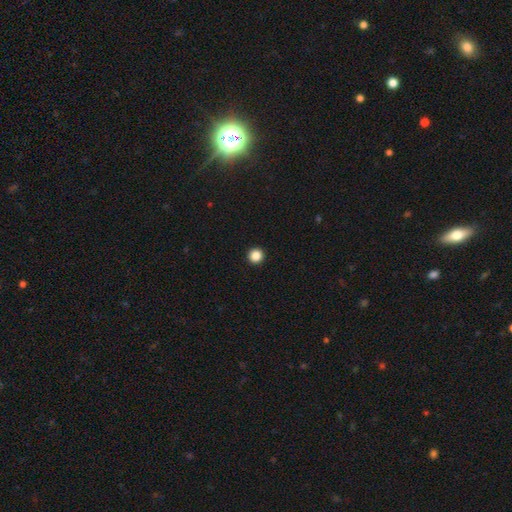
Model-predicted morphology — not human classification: This is clearly a smooth galaxy (87%). How rounded: clearly round (96%). Merging: clearly none (94%).